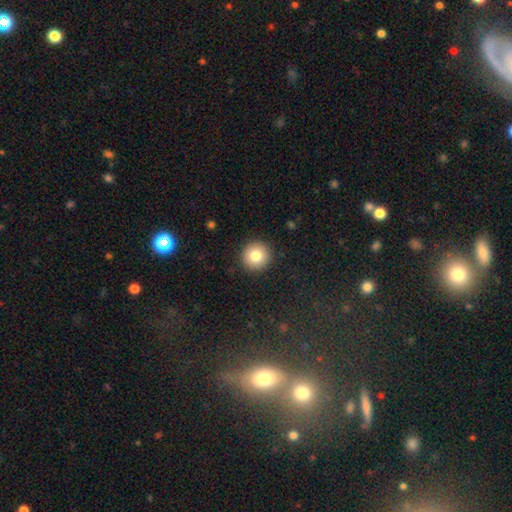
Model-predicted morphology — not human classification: A smooth galaxy with no disk features (81%) that is round (96%).

Vote fractions:
- Smooth or featured? smooth: 81% / star or artifact: 10% / featured or disk: 9%
- How rounded? round: 96% / in between: 3% / cigar-shaped: 1%
- Merging? none: 92% / minor disturbance: 5% / major disturbance: 2% / merger: 1%